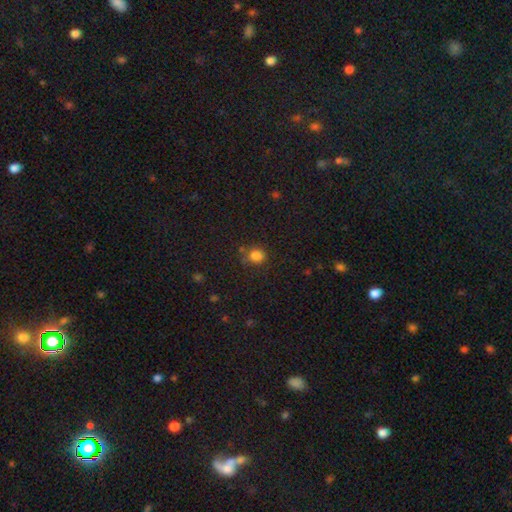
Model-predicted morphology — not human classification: Smooth or featured? Predicted: smooth (p=0.81). How rounded? Predicted: round (p=0.65). Merging? Predicted: none (p=0.65).